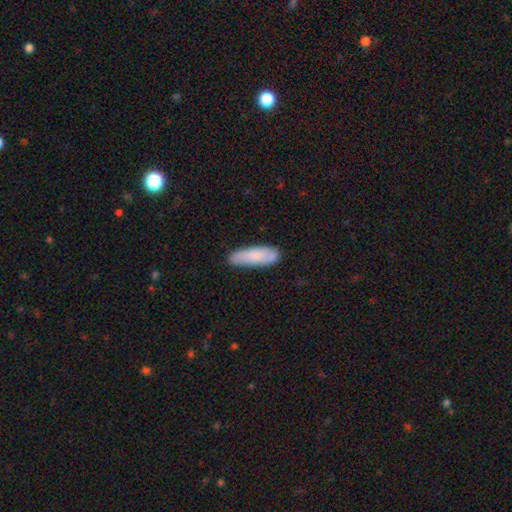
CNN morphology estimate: smooth_or_featured: smooth (p=0.79) [alt: featured or disk p=0.15]
how_rounded: cigar-shaped (p=0.50) [alt: in between p=0.48]
merging: none (p=0.80) [alt: minor disturbance p=0.15]